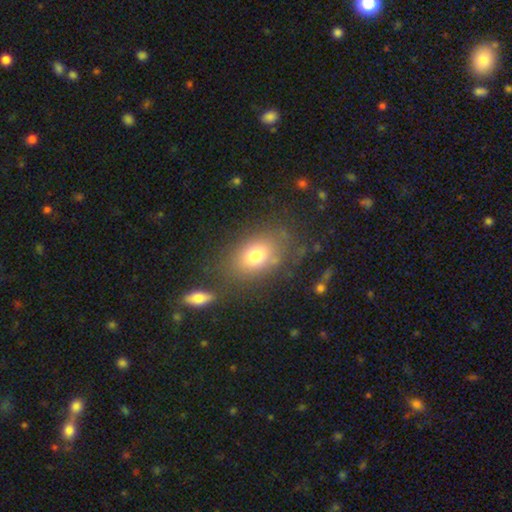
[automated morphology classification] type=smooth (74%); roundness=in between (79%); merging=none (71%).